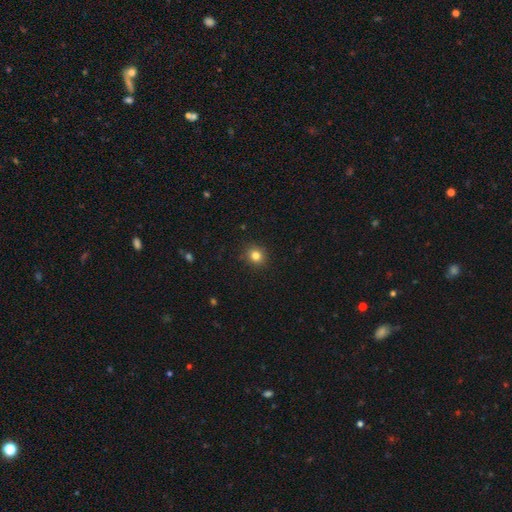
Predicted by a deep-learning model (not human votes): Morphology: type=smooth (83%); roundness=round (86%); merging=none (90%).